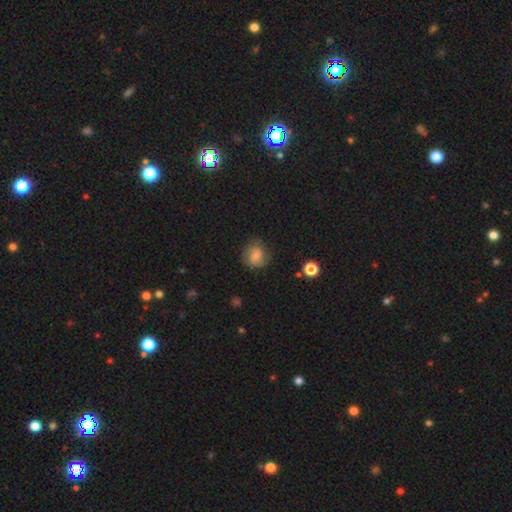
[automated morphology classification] Overall: smooth (58%; featured or disk 33%). How rounded: round (79%). Merging: none (71%).